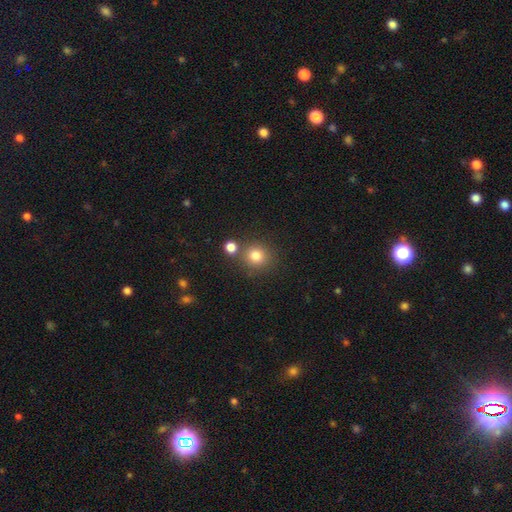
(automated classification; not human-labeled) Overall: smooth (80%). How rounded: round (90%). Merging: none (75%).